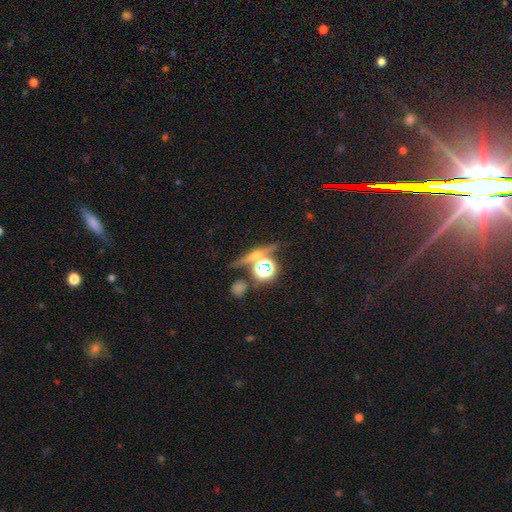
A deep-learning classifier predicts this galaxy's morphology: type=featured or disk (34%, tied with star or artifact); merging=none (71%).